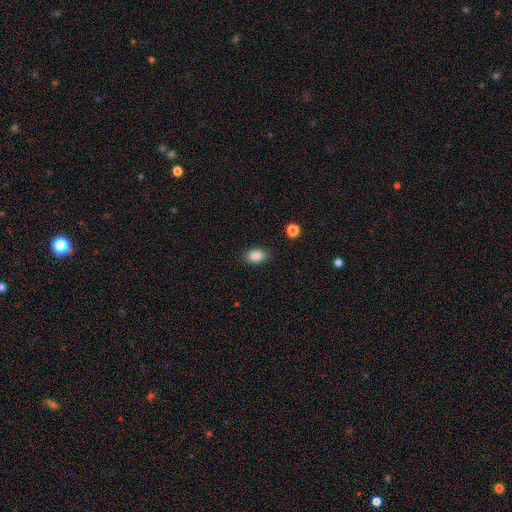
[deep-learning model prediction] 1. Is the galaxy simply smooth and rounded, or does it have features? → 87% smooth, 9% star or artifact, 4% featured or disk.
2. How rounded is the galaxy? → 84% in between, 15% round, 1% cigar-shaped.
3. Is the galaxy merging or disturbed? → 85% none, 11% minor disturbance, 3% major disturbance, 1% merger.